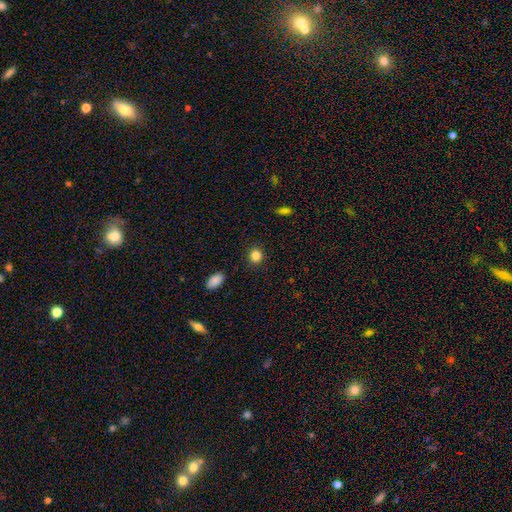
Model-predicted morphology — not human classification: A smooth galaxy with no disk features (85%) that is round (79%). Merging: none (89%).